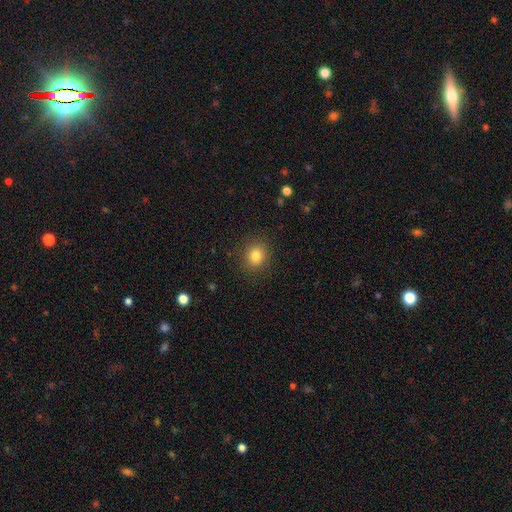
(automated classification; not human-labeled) This is clearly a smooth galaxy (82%). How rounded: likely round (80%). Merging: clearly none (89%).